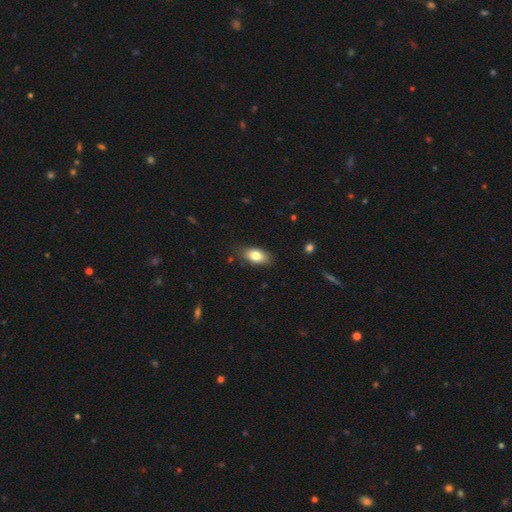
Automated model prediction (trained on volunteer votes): This is likely a smooth galaxy (80%). How rounded: clearly in between (89%). Merging: clearly none (81%).